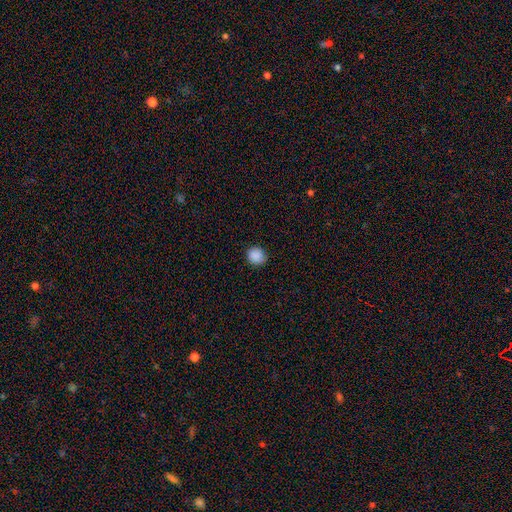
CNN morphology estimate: Overall: smooth (88%). How rounded: round (88%). Merging: none (86%).